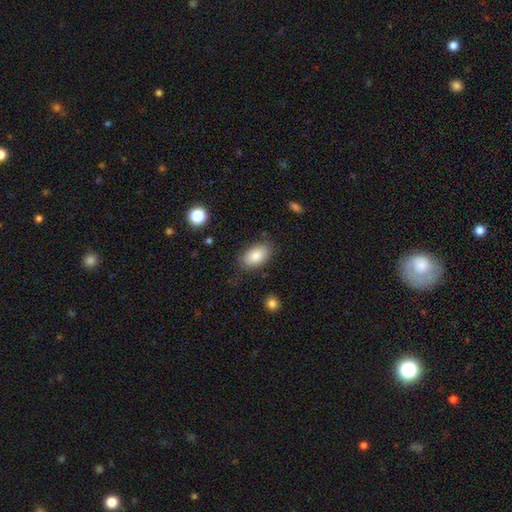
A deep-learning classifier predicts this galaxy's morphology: smooth_or_featured: smooth (p=0.84) [alt: featured or disk p=0.09]
how_rounded: in between (p=0.93) [alt: round p=0.05]
merging: none (p=0.80) [alt: minor disturbance p=0.14]